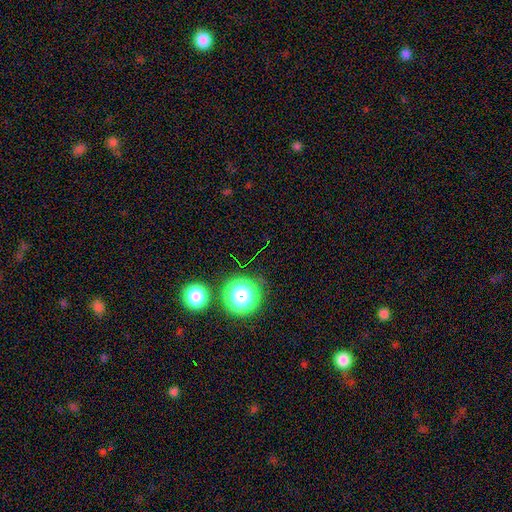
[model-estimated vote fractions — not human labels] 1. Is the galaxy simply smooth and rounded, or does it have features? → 62% star or artifact, 30% smooth, 8% featured or disk.